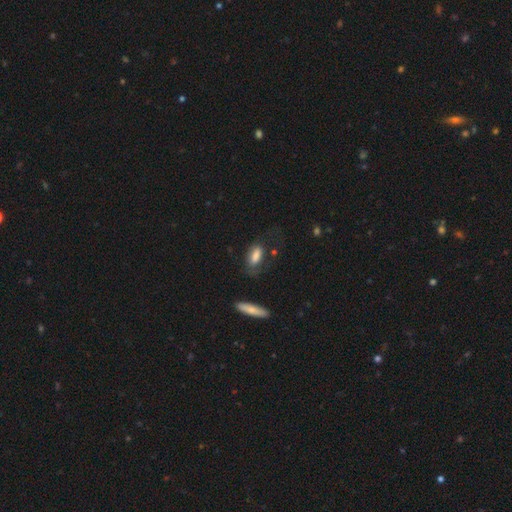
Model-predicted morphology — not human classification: smooth-or-featured: smooth: 78% | featured or disk: 14% | star or artifact: 8%
  how-rounded: in between: 75% | cigar-shaped: 20% | round: 4%
  merging: none: 57% | minor disturbance: 24% | major disturbance: 15% | merger: 4%